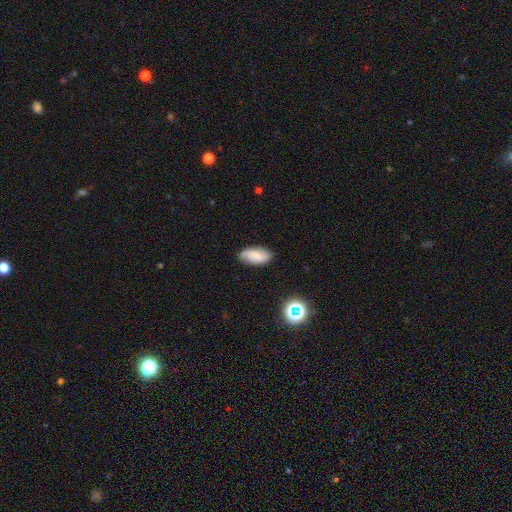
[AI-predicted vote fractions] A smooth galaxy with no disk features (54%) that is in between round and cigar-shaped (91%).

Vote fractions:
- Smooth or featured? smooth: 54% / featured or disk: 36% / star or artifact: 10%
- How rounded? in between: 91% / cigar-shaped: 6% / round: 4%
- Merging? none: 79% / minor disturbance: 16% / major disturbance: 4% / merger: 1%